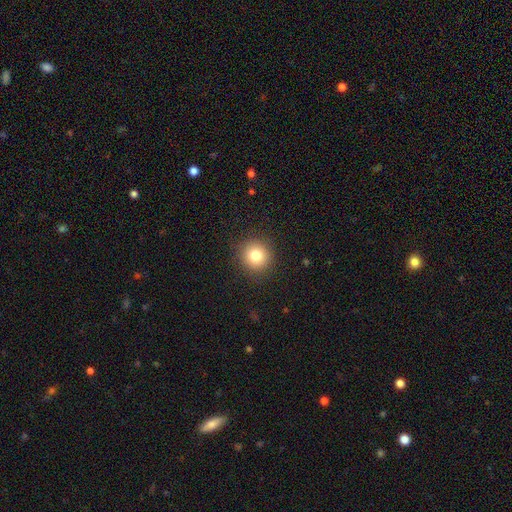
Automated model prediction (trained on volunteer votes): Smooth or featured: smooth — 80% (star or artifact — 11%)
How rounded: round — 93% (in between — 6%)
Merging: none — 91% (minor disturbance — 6%)